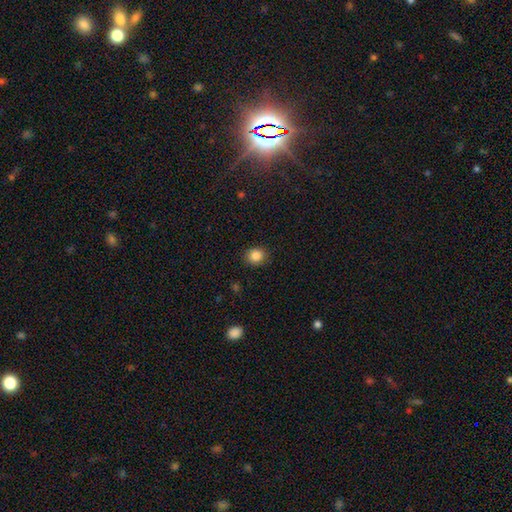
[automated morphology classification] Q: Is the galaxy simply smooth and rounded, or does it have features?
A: smooth — 86%.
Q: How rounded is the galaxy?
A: round — 79%.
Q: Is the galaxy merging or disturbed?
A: none — 88%.